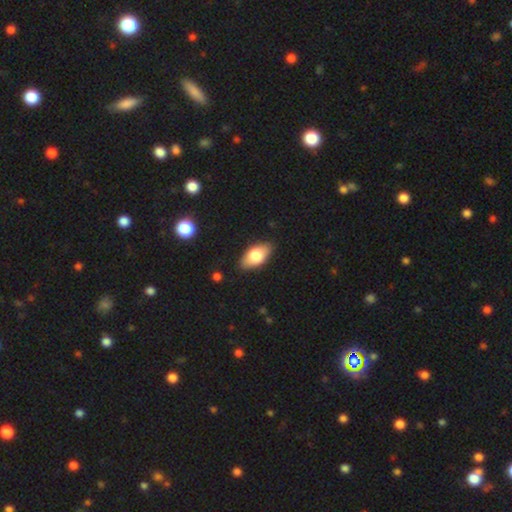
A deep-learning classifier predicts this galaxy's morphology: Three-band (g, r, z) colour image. It shows a smooth galaxy with no disk features (74%) that is in between round and cigar-shaped (92%). Merging: none (86%).